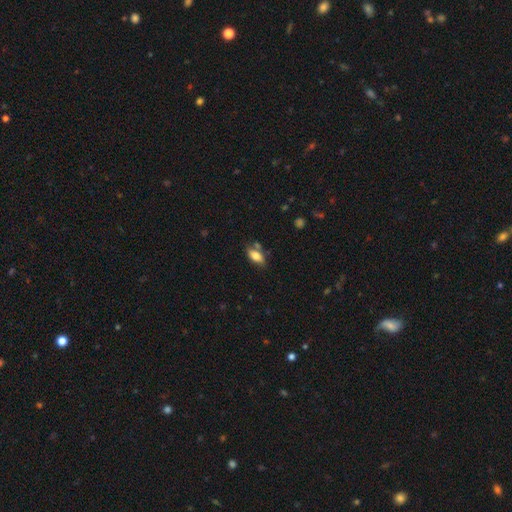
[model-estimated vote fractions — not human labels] Morphology: type=smooth (80%); roundness=in between (88%); merging=none (67%).